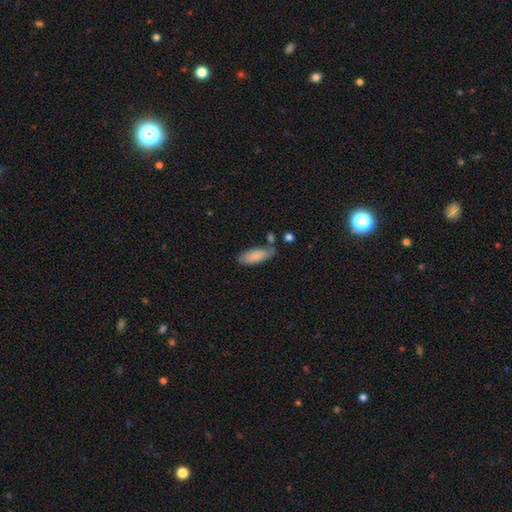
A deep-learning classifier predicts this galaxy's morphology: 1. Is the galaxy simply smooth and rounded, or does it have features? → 83% smooth, 11% featured or disk, 6% star or artifact.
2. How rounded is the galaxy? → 69% in between, 30% cigar-shaped, 2% round.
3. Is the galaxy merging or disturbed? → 65% none, 21% minor disturbance, 10% merger, 5% major disturbance.